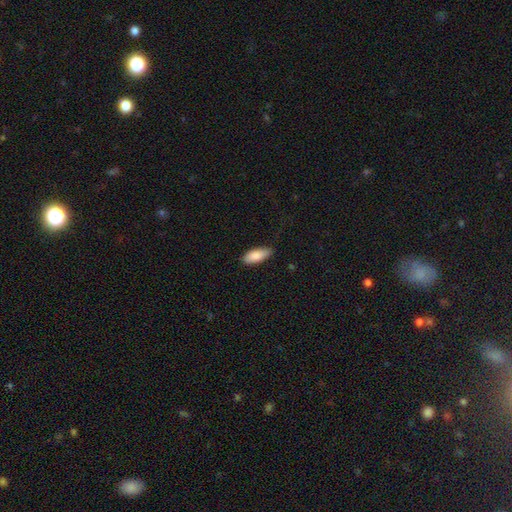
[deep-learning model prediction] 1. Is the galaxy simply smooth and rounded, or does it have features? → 86% smooth, 8% featured or disk, 6% star or artifact.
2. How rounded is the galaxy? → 79% in between, 19% cigar-shaped, 2% round.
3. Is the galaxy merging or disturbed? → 80% none, 17% minor disturbance, 2% major disturbance, 1% merger.